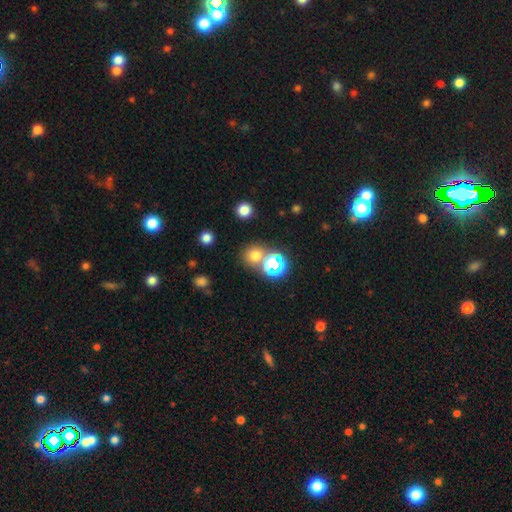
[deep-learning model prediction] A smooth galaxy with no disk features (64%) that is round (82%).

Vote fractions:
- Smooth or featured? smooth: 64% / star or artifact: 28% / featured or disk: 8%
- How rounded? round: 82% / in between: 17% / cigar-shaped: 1%
- Merging? none: 63% / merger: 26% / minor disturbance: 7% / major disturbance: 4%